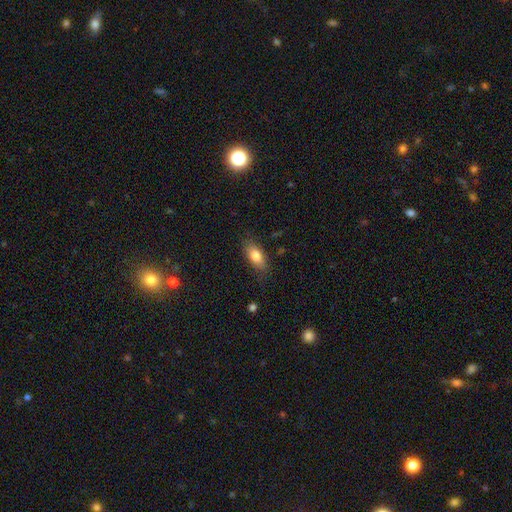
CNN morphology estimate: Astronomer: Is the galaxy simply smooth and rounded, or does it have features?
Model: smooth — 81%.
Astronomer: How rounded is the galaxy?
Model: in between — 85%.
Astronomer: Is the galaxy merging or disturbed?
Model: none — 79%.